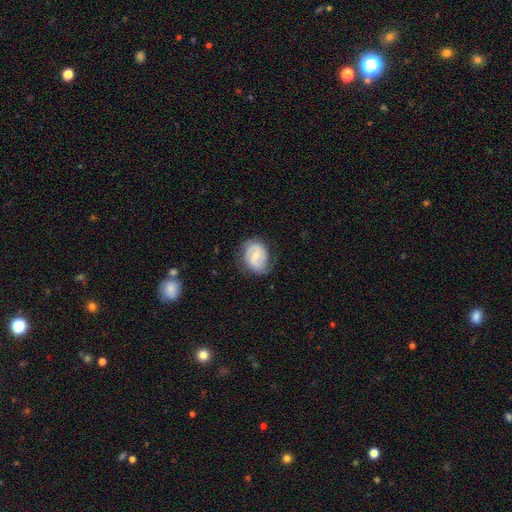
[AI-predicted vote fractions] featured or disk 69%, smooth 25%, star or artifact 6%. Down the decision tree: edge-on disk — no (97%); bar — weak (53%); spiral arms — yes (83%); spiral arm count — 2 (74%); spiral winding — tight (44%); bulge size — moderate (54%); merging — none (70%).